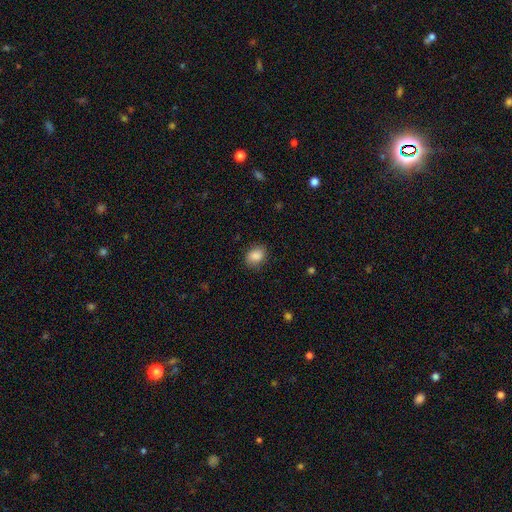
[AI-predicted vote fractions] Morphology: type=smooth (87%); roundness=in between (65%); merging=none (83%).